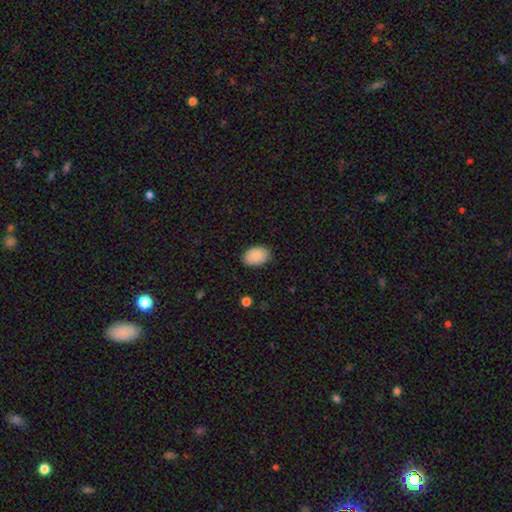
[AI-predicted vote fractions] Overall: smooth (88%). How rounded: in between (85%). Merging: none (84%).